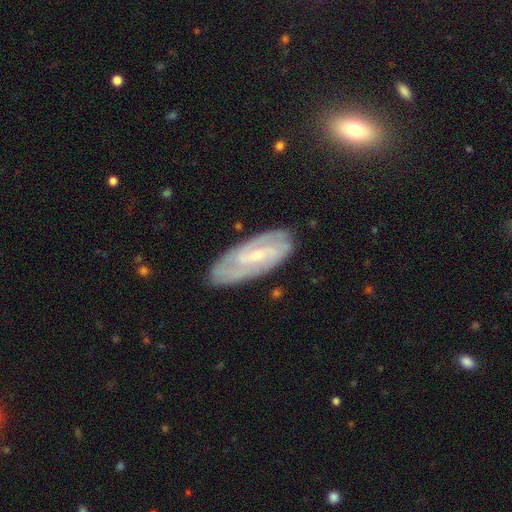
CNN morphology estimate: This is likely a featured or disk galaxy (79%). It is clearly not viewed edge-on (91%). Bar: possibly weak (49%). Spiral arm pattern: clearly yes (93%). Spiral arm count: possibly 2 (60%). Spiral winding: possibly tight (51%). Central bulge: likely small (71%). Merging: likely none (79%).